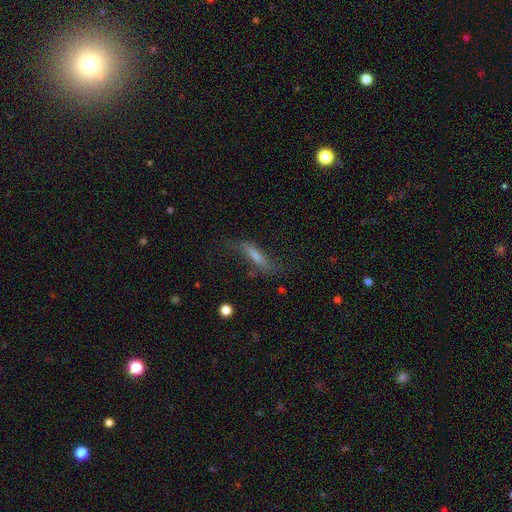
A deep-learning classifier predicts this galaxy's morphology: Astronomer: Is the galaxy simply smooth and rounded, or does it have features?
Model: smooth — 48% (runner-up: featured or disk, 40%).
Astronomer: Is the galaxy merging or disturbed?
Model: none — 59%.